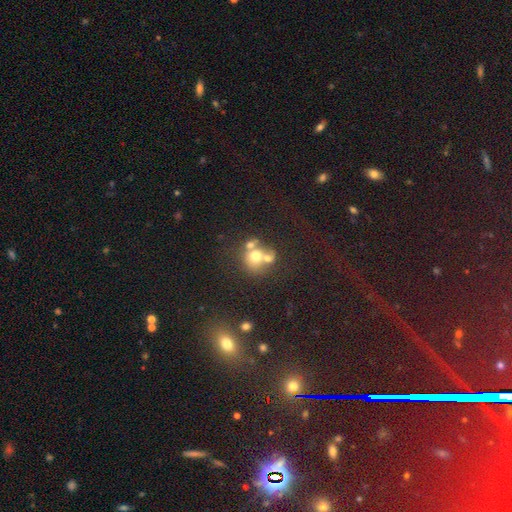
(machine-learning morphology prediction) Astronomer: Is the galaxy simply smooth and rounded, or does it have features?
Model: smooth — 61%.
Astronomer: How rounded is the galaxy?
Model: round — 75%.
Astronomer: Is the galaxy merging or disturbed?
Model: merger — 50% (runner-up: none, 35%).